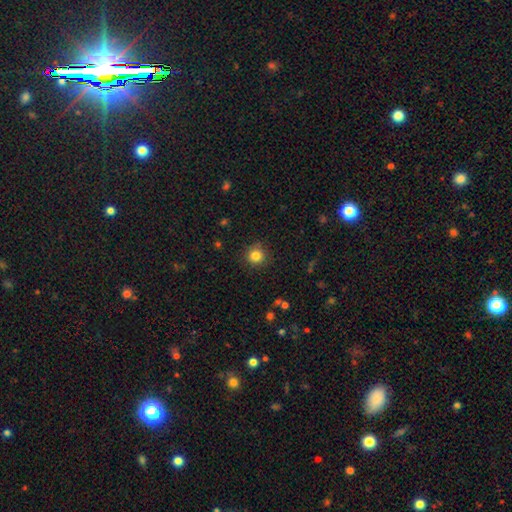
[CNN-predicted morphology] The model was most divided on "smooth or featured": smooth: 83%, star or artifact: 12%, featured or disk: 5%. More confident: how rounded — round (93%); merging — none (87%).